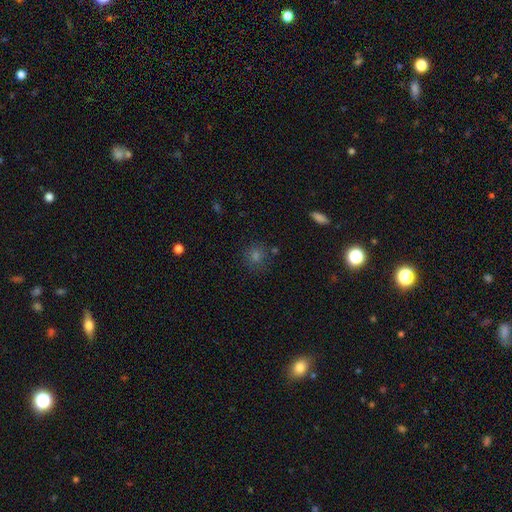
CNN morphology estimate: Q: Smooth or featured?
A: smooth (62%); runner-up: star or artifact (28%)
Q: How rounded?
A: round (90%); runner-up: in between (9%)
Q: Merging?
A: none (84%); runner-up: minor disturbance (9%)